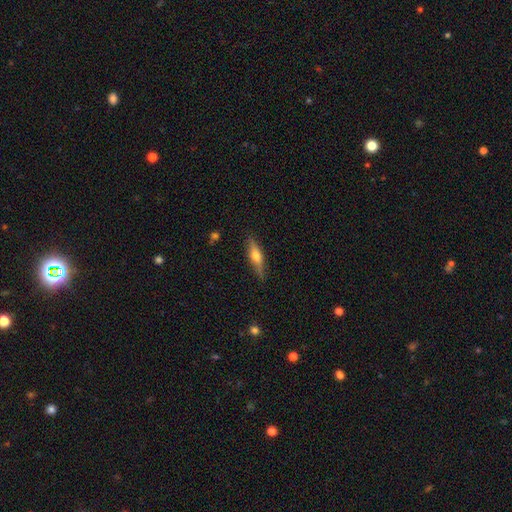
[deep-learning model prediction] Smooth or featured: featured or disk — 52% (smooth — 41%)
Edge-on disk: yes — 93% (no — 7%)
Merging: none — 84% (minor disturbance — 12%)